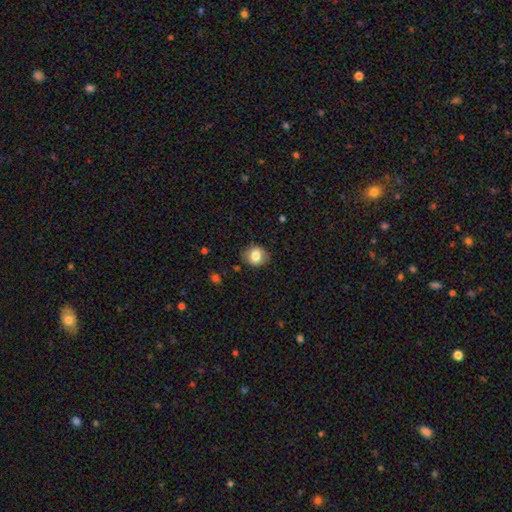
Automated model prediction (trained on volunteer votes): Overall: smooth (78%). How rounded: round (66%; in between 33%). Merging: none (82%).